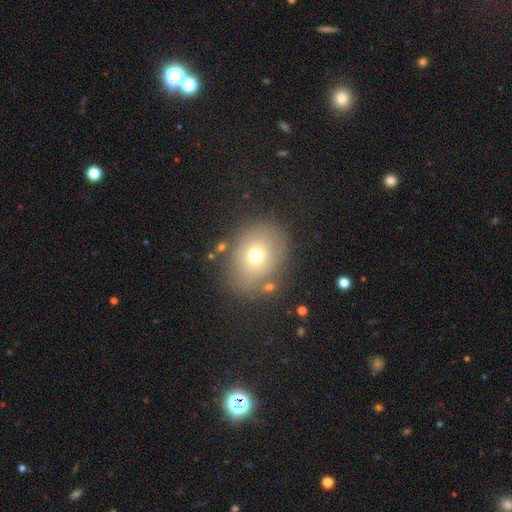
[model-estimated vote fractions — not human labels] The model was most divided on "how rounded": round: 53%, in between: 46%, cigar-shaped: 1%. More confident: merging — none (76%); smooth or featured — smooth (68%).